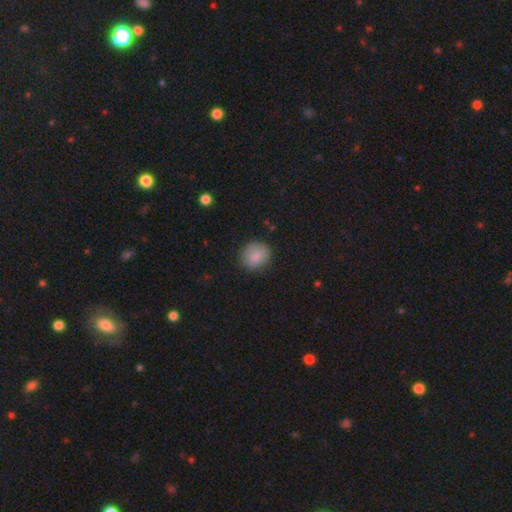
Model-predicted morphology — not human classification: The model was most divided on "how rounded": round: 74%, in between: 25%, cigar-shaped: 1%. More confident: smooth or featured — smooth (84%); merging — none (81%).